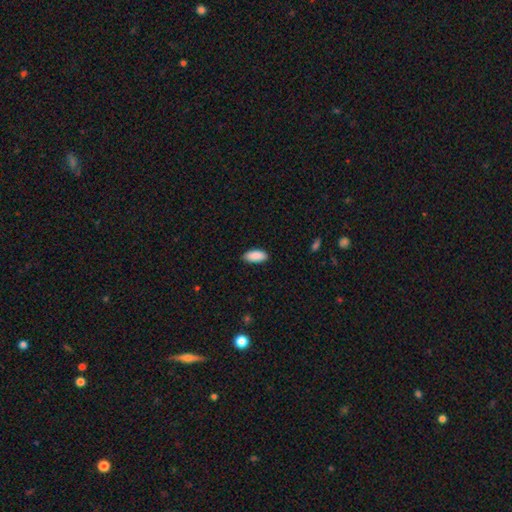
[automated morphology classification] smooth-or-featured: smooth: 91% | star or artifact: 6% | featured or disk: 3%
  how-rounded: in between: 90% | cigar-shaped: 8% | round: 2%
  merging: none: 87% | minor disturbance: 10% | major disturbance: 2% | merger: 1%